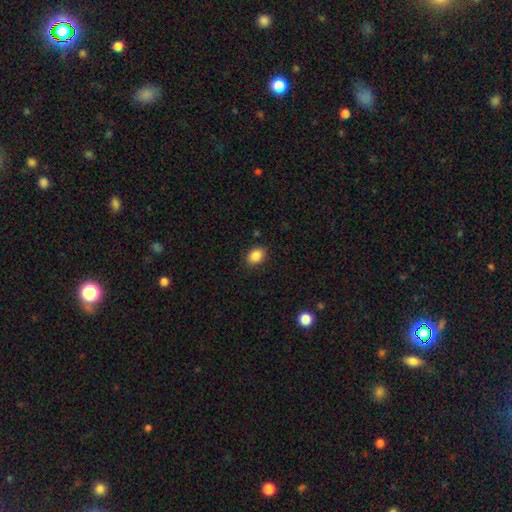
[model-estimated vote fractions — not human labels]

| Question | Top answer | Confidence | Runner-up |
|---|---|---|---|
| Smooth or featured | smooth | 87% | star or artifact (9%) |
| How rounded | in between | 72% | round (26%) |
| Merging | none | 87% | minor disturbance (9%) |